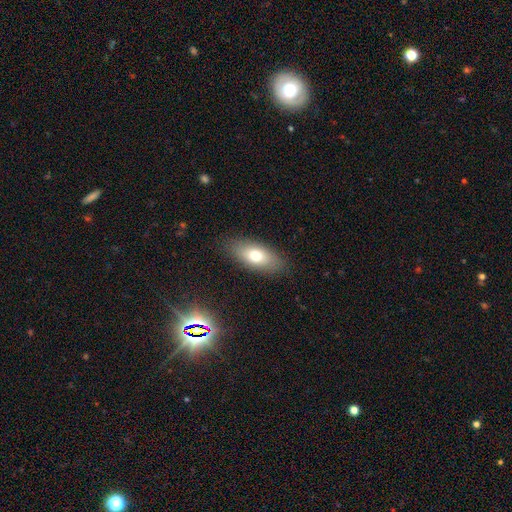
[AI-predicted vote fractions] smooth 72%, featured or disk 20%, star or artifact 8%. Down the decision tree: how rounded — in between (86%); merging — none (85%).